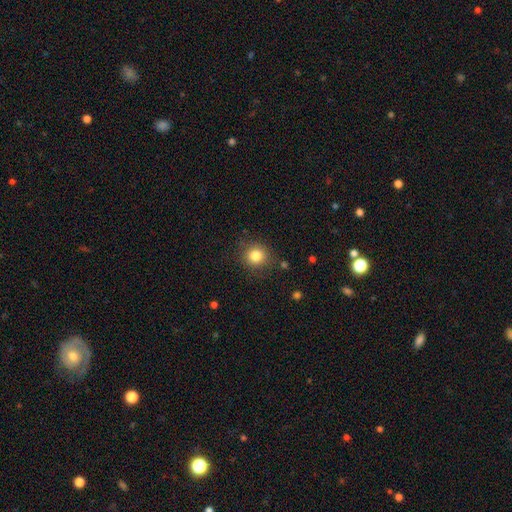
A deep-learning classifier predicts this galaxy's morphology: type=smooth (83%); roundness=round (89%); merging=none (85%).